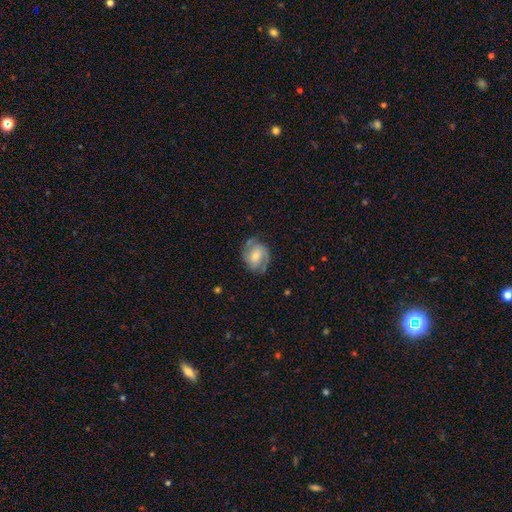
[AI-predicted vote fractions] featured or disk 62%, smooth 31%, star or artifact 7%. Down the decision tree: edge-on disk — no (97%); bar — no (53%); spiral arms — yes (87%); spiral arm count — 2 (73%); spiral winding — medium (44%); bulge size — small (49%); merging — none (67%).